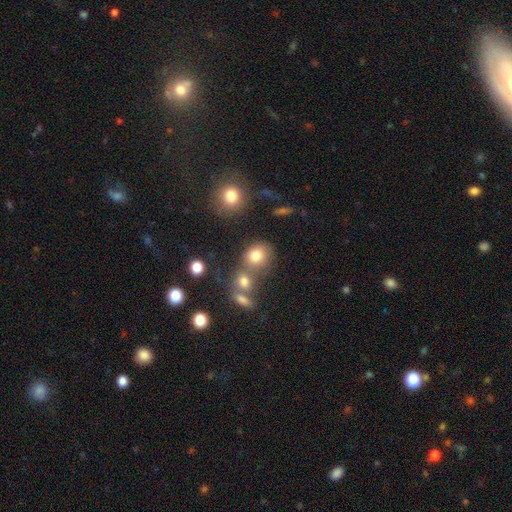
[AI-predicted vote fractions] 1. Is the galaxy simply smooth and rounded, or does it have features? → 77% smooth, 13% star or artifact, 10% featured or disk.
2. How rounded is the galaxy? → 66% round, 33% in between, 1% cigar-shaped.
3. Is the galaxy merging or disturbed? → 50% none, 32% merger, 12% minor disturbance, 6% major disturbance.